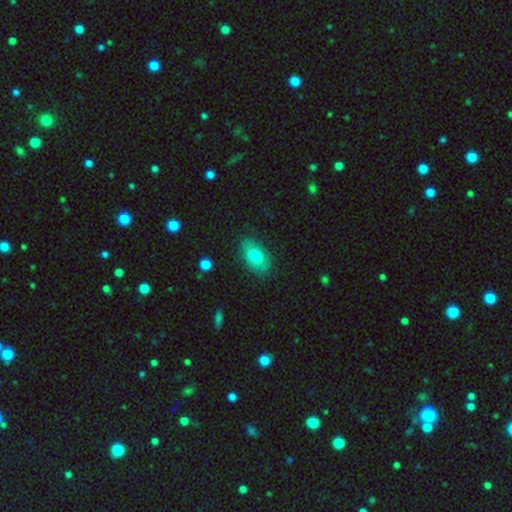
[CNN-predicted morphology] Smooth or featured? Predicted: smooth (p=0.73). How rounded? Predicted: in between (p=0.91). Merging? Predicted: none (p=0.81).